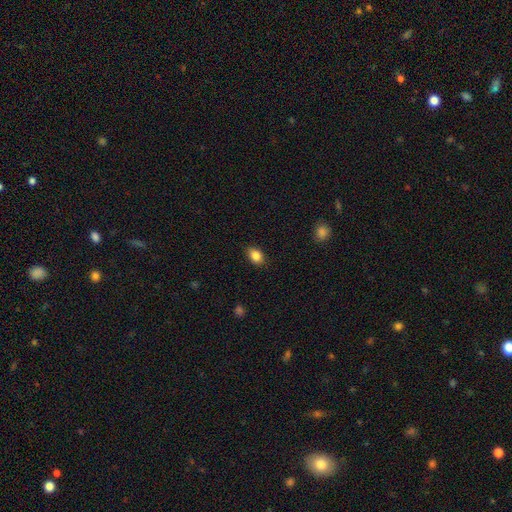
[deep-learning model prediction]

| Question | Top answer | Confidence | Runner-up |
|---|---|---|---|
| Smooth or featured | smooth | 86% | star or artifact (9%) |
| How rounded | in between | 78% | round (21%) |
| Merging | none | 86% | minor disturbance (11%) |